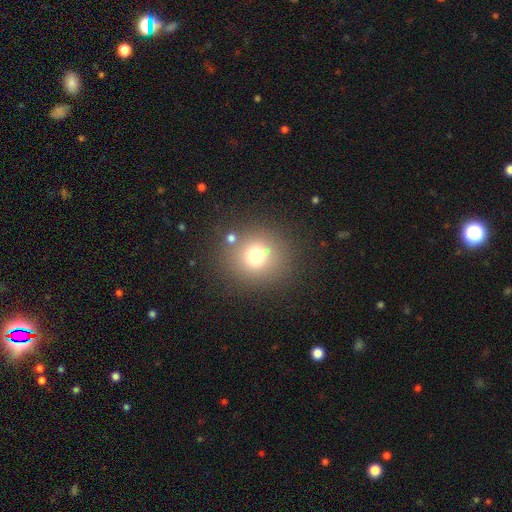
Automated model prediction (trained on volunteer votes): The model was most divided on "smooth or featured": smooth: 72%, star or artifact: 17%, featured or disk: 11%. More confident: how rounded — round (87%); merging — none (81%).